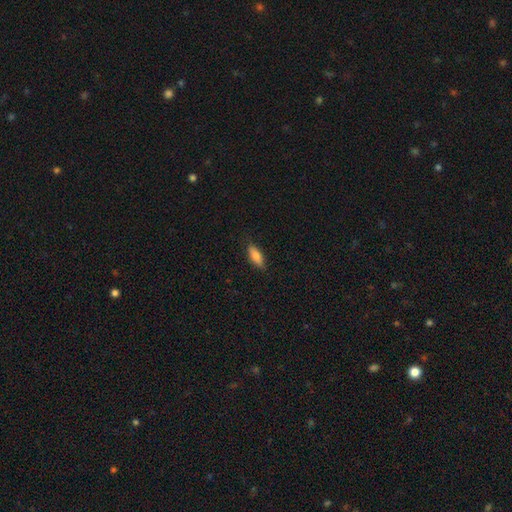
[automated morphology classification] This appears to be a smooth galaxy with no disk features (78%) that is in between round and cigar-shaped (69%). Merging: none (83%).